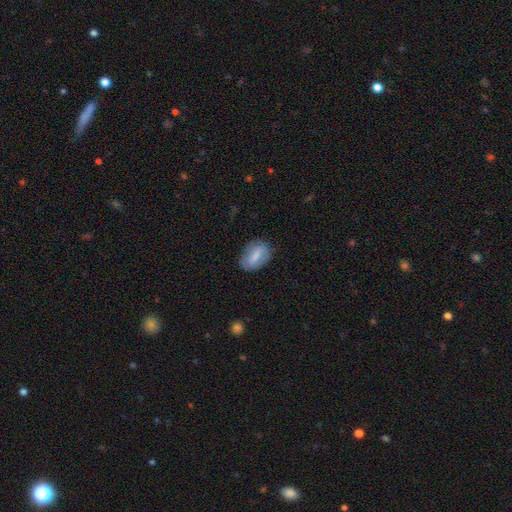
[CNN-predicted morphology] Overall: smooth (68%). How rounded: in between (85%). Merging: none (77%).